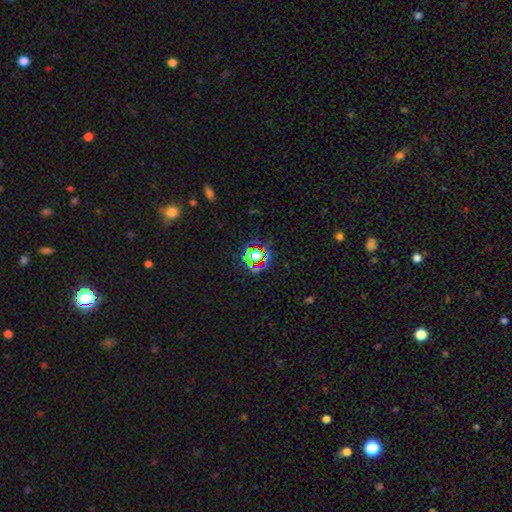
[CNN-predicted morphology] The model was most divided on "smooth or featured": star or artifact: 70%, smooth: 18%, featured or disk: 12%.